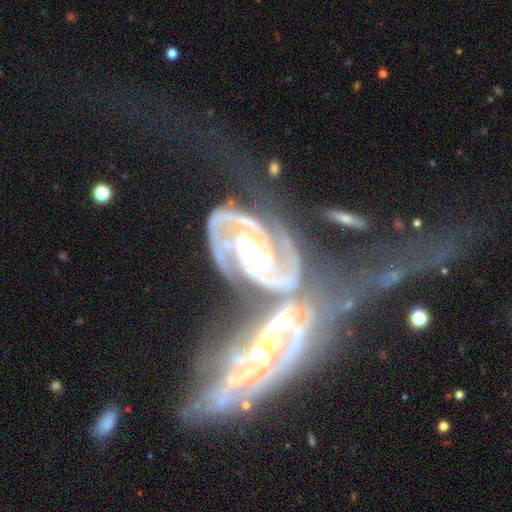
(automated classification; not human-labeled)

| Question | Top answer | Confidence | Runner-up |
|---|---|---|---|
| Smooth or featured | featured or disk | 91% | star or artifact (4%) |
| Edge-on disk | no | 97% | yes (3%) |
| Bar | strong | 37% | weak (35%) |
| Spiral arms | yes | 97% | no (3%) |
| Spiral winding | tight | 51% | medium (40%) |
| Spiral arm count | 2 | 79% | can't tell (7%) |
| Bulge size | moderate | 63% | large (18%) |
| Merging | merger | 64% | none (16%) |